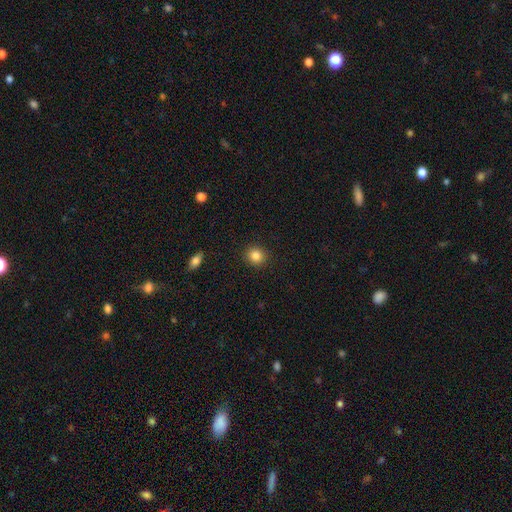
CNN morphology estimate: Smooth or featured? Predicted: smooth (p=0.85). How rounded? Predicted: round (p=0.88). Merging? Predicted: none (p=0.91).